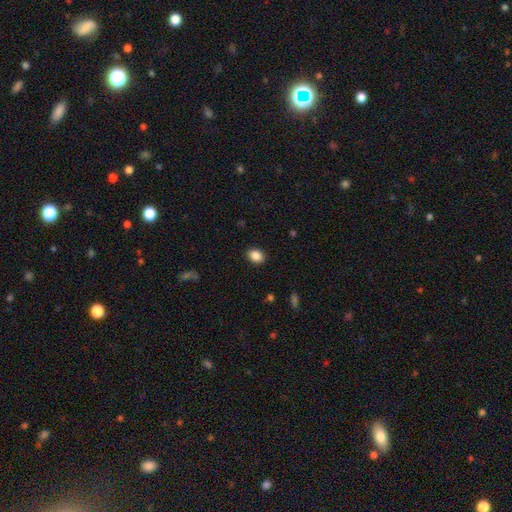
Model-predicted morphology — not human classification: A smooth galaxy with no disk features (88%) that is in between round and cigar-shaped (64%).

Vote fractions:
- Smooth or featured? smooth: 88% / star or artifact: 9% / featured or disk: 4%
- How rounded? in between: 64% / round: 35% / cigar-shaped: 1%
- Merging? none: 89% / minor disturbance: 8% / major disturbance: 2% / merger: 1%